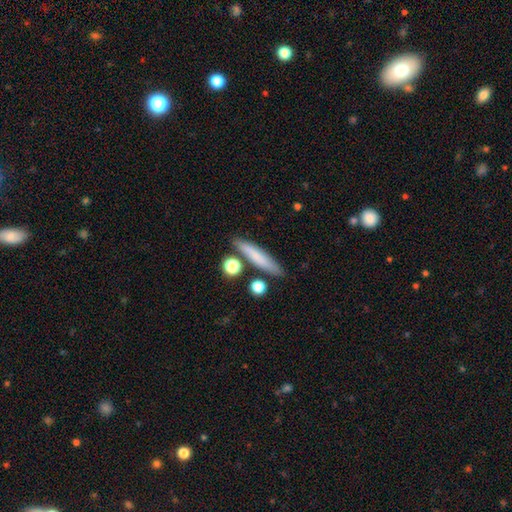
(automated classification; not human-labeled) Q: Smooth or featured?
A: smooth (69%); runner-up: featured or disk (22%)
Q: How rounded?
A: cigar-shaped (83%); runner-up: in between (13%)
Q: Merging?
A: none (77%); runner-up: minor disturbance (12%)